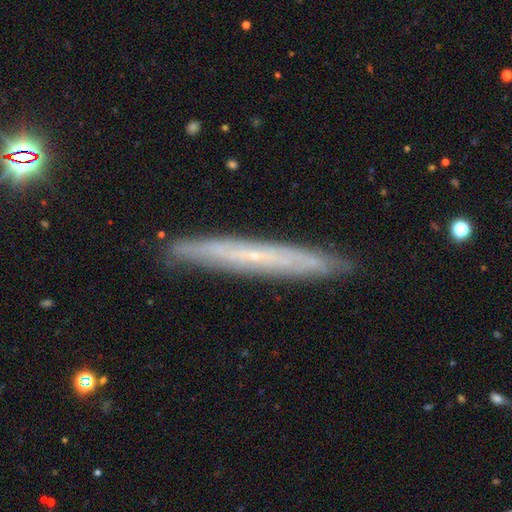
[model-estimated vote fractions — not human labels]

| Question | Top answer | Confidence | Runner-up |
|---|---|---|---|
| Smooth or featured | featured or disk | 62% | smooth (31%) |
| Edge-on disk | yes | 87% | no (13%) |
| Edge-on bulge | none | 69% | rounded (28%) |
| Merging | none | 89% | minor disturbance (9%) |